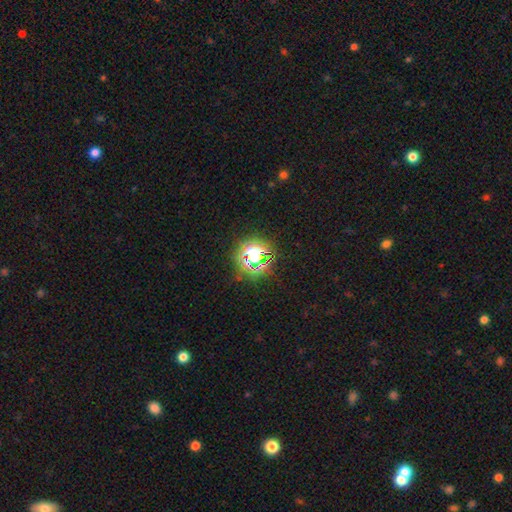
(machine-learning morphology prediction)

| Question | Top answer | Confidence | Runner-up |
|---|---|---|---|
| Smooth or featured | star or artifact | 61% | smooth (29%) |